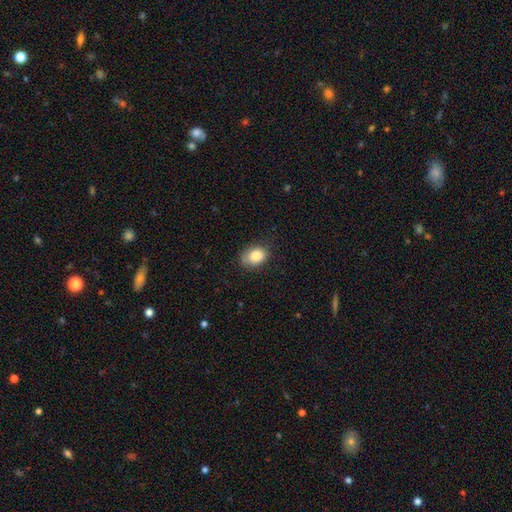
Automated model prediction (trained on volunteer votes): The model was most divided on "how rounded": in between: 67%, round: 32%, cigar-shaped: 1%. More confident: smooth or featured — smooth (83%); merging — none (74%).